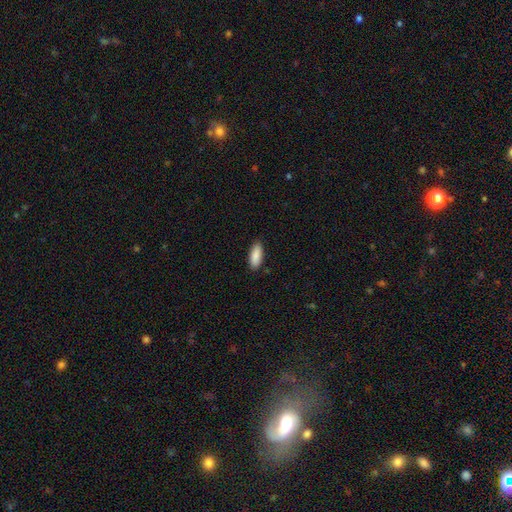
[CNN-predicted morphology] Smooth or featured: smooth — 89% (star or artifact — 6%)
How rounded: in between — 77% (cigar-shaped — 21%)
Merging: none — 88% (minor disturbance — 9%)